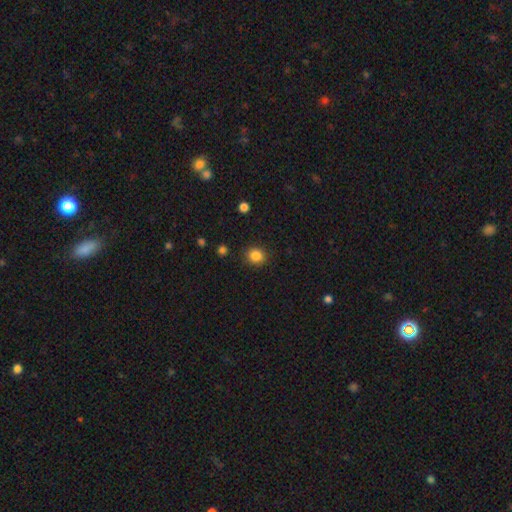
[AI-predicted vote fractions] Smooth or featured? smooth (84%)
How rounded? round (81%)
Merging? none (88%)